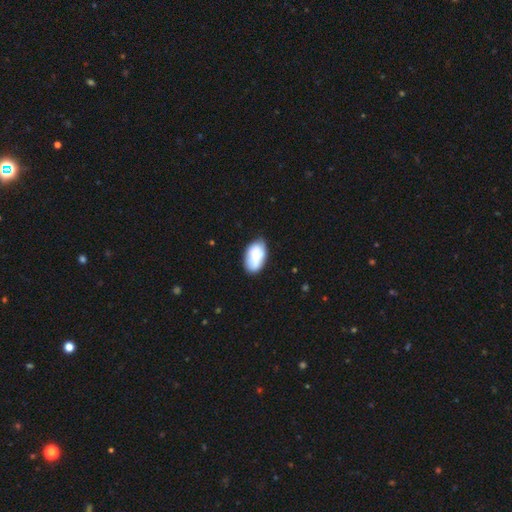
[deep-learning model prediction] Smooth or featured: smooth — 72% (featured or disk — 21%)
How rounded: in between — 93% (round — 5%)
Merging: none — 69% (minor disturbance — 23%)